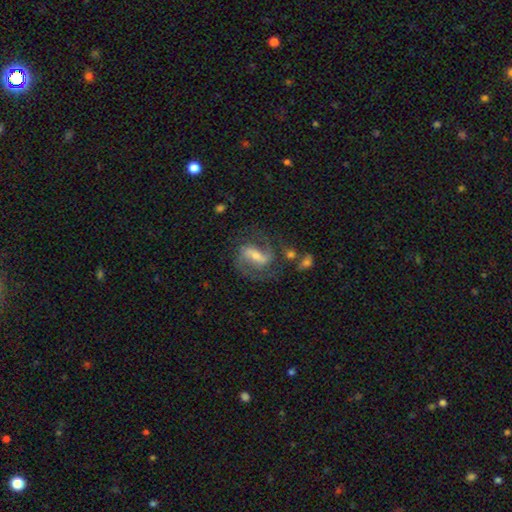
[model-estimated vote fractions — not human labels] This appears to be a featured or disk galaxy (83%) with a strong bar (51%), 2 (87%) medium (56%) spiral arms (94%) and a small central bulge (48%). Merging: none (66%).